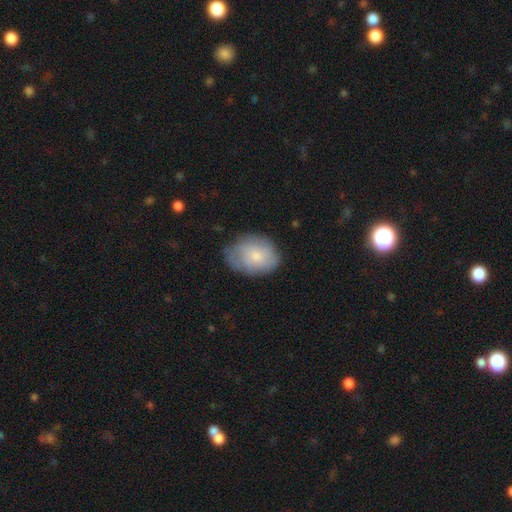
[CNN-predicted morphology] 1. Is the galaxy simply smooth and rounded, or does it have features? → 69% smooth, 24% featured or disk, 7% star or artifact.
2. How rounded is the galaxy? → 70% in between, 29% round, 1% cigar-shaped.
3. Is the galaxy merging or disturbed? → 65% none, 27% minor disturbance, 7% major disturbance, 1% merger.